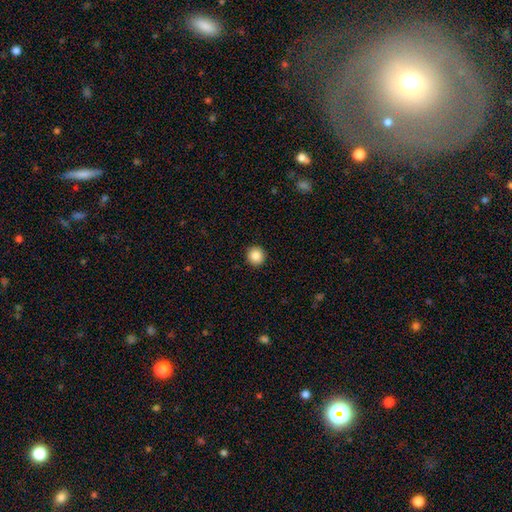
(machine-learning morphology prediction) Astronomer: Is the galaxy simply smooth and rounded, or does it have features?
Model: smooth — 86%.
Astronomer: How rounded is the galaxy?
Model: round — 95%.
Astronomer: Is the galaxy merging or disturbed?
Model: none — 93%.